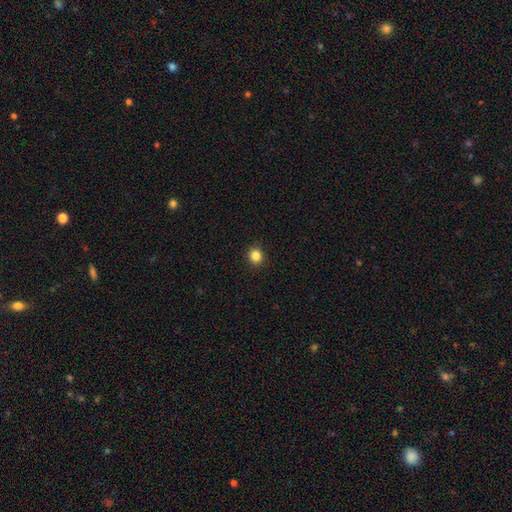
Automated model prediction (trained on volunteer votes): Overall: smooth (84%). How rounded: round (87%). Merging: none (91%).